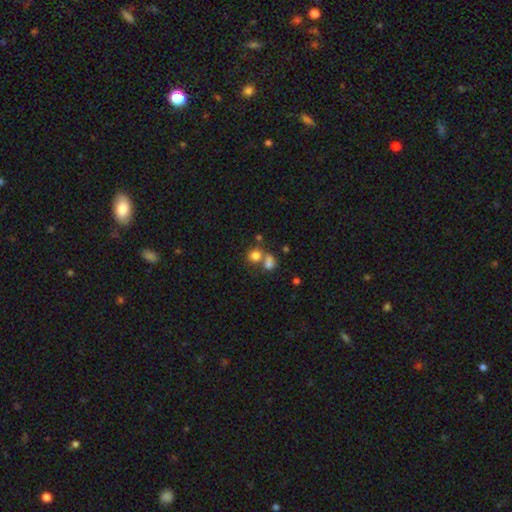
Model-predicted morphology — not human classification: Q: Smooth or featured?
A: smooth (78%); runner-up: star or artifact (13%)
Q: How rounded?
A: round (73%); runner-up: in between (26%)
Q: Merging?
A: none (44%); runner-up: merger (43%)